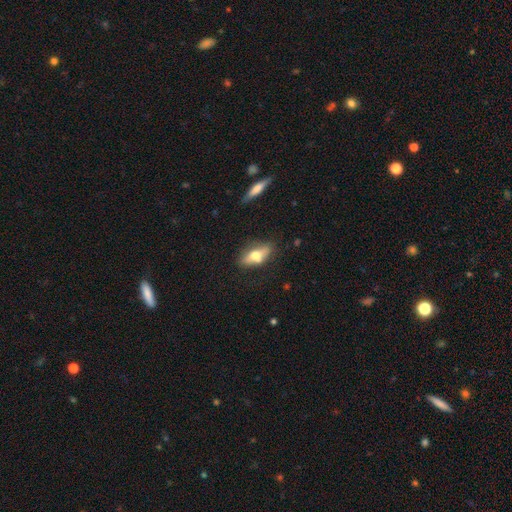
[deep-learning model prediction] Smooth or featured?
  - smooth: 49% *
  - featured or disk: 44%
  - star or artifact: 7%
Merging?
  - none: 71% *
  - minor disturbance: 17%
  - merger: 6%
  - major disturbance: 5%